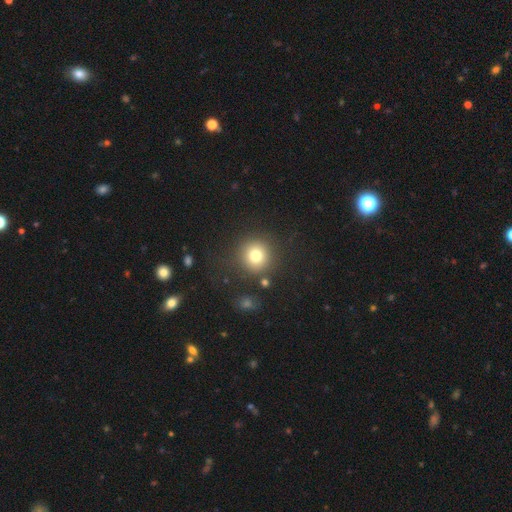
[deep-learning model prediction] Overall: smooth (78%). How rounded: round (93%). Merging: none (84%).